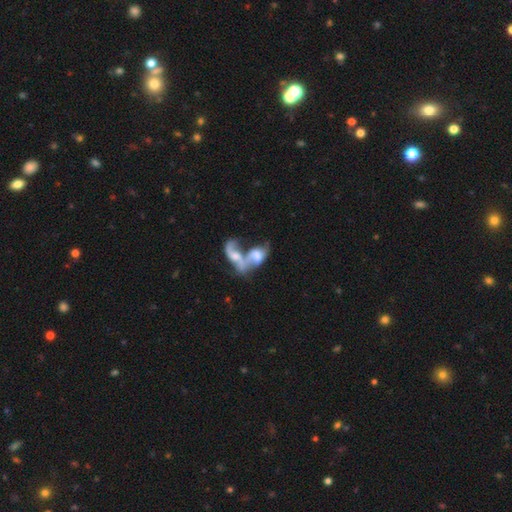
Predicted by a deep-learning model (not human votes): smooth_or_featured: featured or disk (p=0.57) [alt: smooth p=0.33]
disk_edge_on: no (p=0.91) [alt: yes p=0.09]
bar: no (p=0.65) [alt: weak p=0.26]
has_spiral_arms: yes (p=0.63) [alt: no p=0.37]
bulge_size: moderate (p=0.35) [alt: small p=0.23]
merging: merger (p=0.79) [alt: none p=0.09]